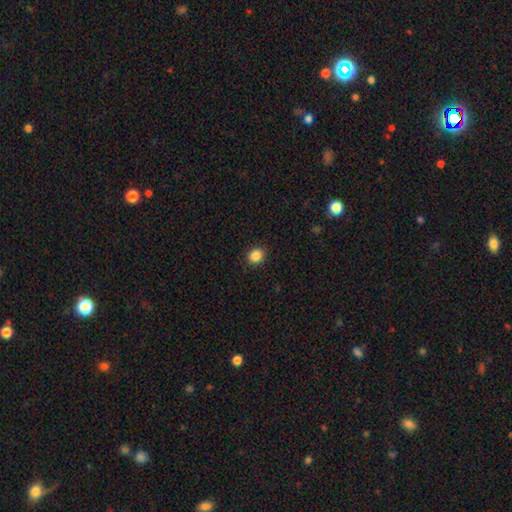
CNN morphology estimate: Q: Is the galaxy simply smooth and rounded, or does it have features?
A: smooth — 86%.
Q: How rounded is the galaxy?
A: round — 69%.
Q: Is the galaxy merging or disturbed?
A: none — 91%.